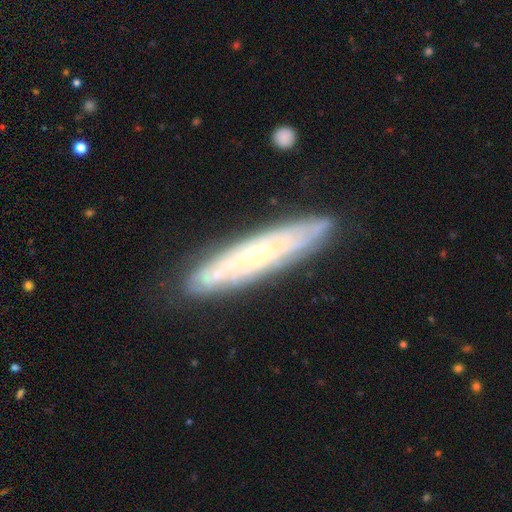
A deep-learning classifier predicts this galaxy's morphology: A featured or disk galaxy (76%). Merging: none (83%).